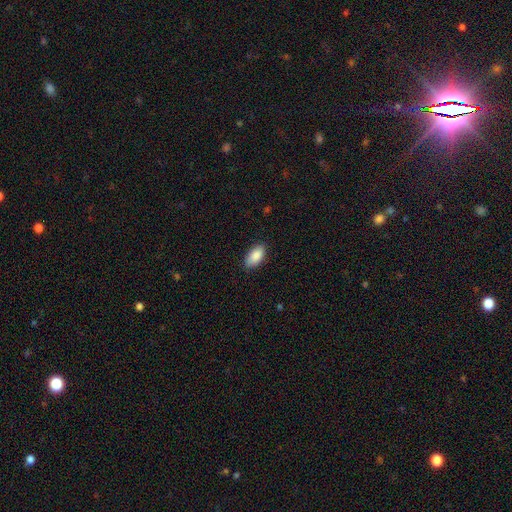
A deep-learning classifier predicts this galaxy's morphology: Smooth or featured? smooth (88%)
How rounded? in between (94%)
Merging? none (84%)